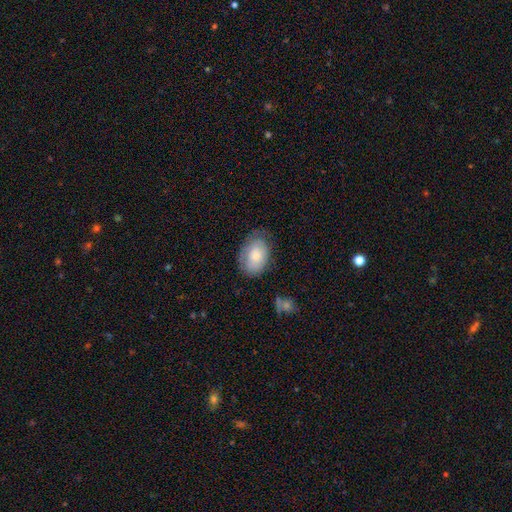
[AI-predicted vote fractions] Smooth or featured?
  - smooth: 68% *
  - featured or disk: 25%
  - star or artifact: 7%
How rounded?
  - in between: 82% *
  - round: 17%
  - cigar-shaped: 1%
Merging?
  - none: 67% *
  - minor disturbance: 24%
  - major disturbance: 8%
  - merger: 2%